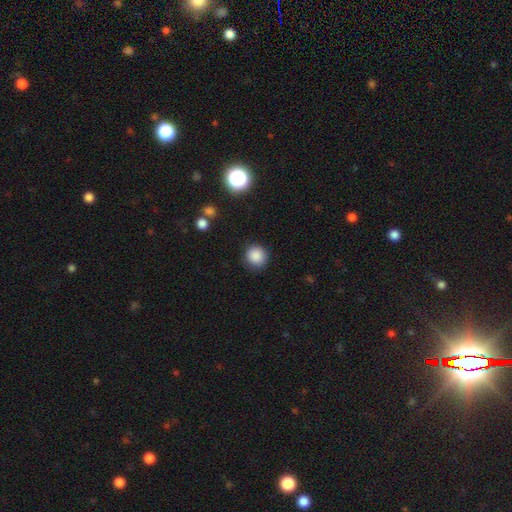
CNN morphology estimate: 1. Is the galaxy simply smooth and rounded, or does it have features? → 86% smooth, 10% star or artifact, 3% featured or disk.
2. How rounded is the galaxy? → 92% round, 7% in between, 1% cigar-shaped.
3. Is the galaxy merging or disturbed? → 89% none, 8% minor disturbance, 3% major disturbance, 1% merger.